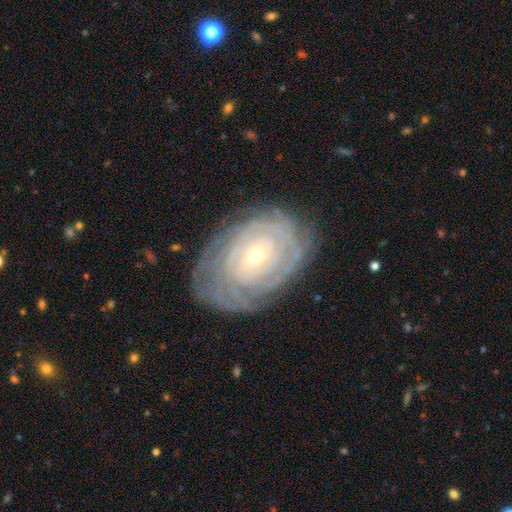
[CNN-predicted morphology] Smooth or featured: featured or disk — 80% (smooth — 14%)
Edge-on disk: no — 96% (yes — 4%)
Bar: no — 75% (weak — 19%)
Spiral arms: yes — 88% (no — 12%)
Spiral winding: tight — 86% (medium — 11%)
Spiral arm count: can't tell — 53% (4 — 11%)
Bulge size: small — 73% (moderate — 24%)
Merging: none — 76% (minor disturbance — 17%)